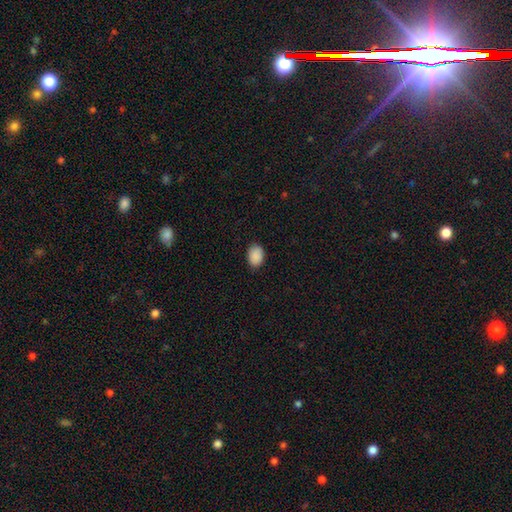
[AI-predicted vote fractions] The model was most divided on "how rounded": in between: 79%, round: 21%, cigar-shaped: 1%. More confident: smooth or featured — smooth (90%); merging — none (86%).